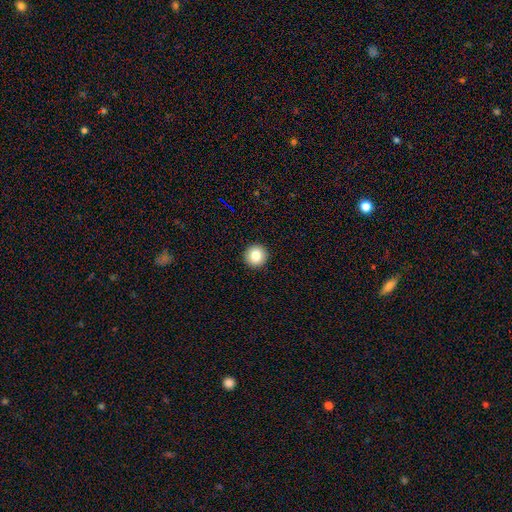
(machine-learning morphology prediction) Smooth or featured? Predicted: smooth (p=0.83). How rounded? Predicted: round (p=0.95). Merging? Predicted: none (p=0.94).